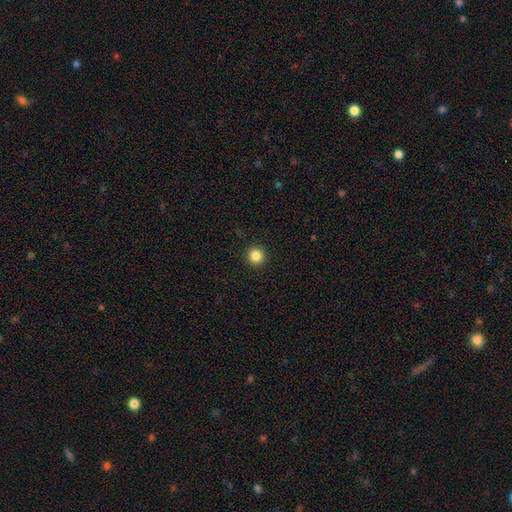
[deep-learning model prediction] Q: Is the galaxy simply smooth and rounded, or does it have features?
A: smooth — 85%.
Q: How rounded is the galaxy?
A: round — 94%.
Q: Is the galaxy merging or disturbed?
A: none — 93%.